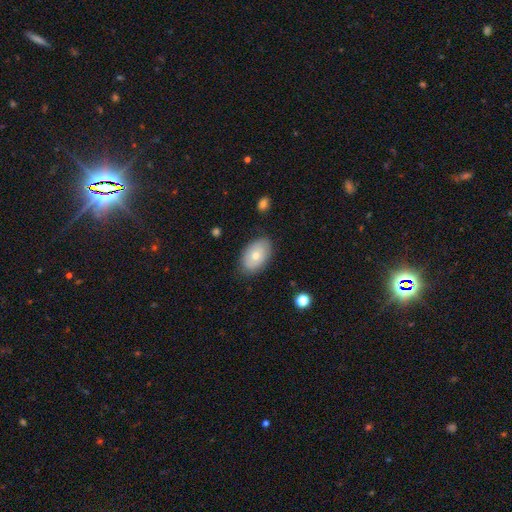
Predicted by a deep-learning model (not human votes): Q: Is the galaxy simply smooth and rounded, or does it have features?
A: smooth — 70%.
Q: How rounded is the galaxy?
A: in between — 91%.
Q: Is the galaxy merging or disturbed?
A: none — 82%.